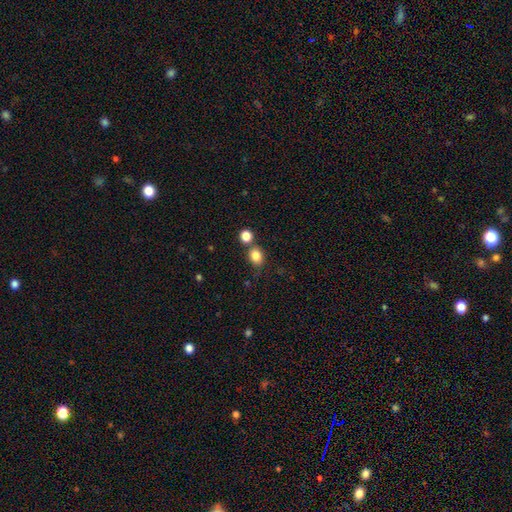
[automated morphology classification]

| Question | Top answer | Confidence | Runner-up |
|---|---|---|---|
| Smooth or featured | smooth | 83% | star or artifact (11%) |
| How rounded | round | 60% | in between (39%) |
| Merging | none | 67% | merger (18%) |